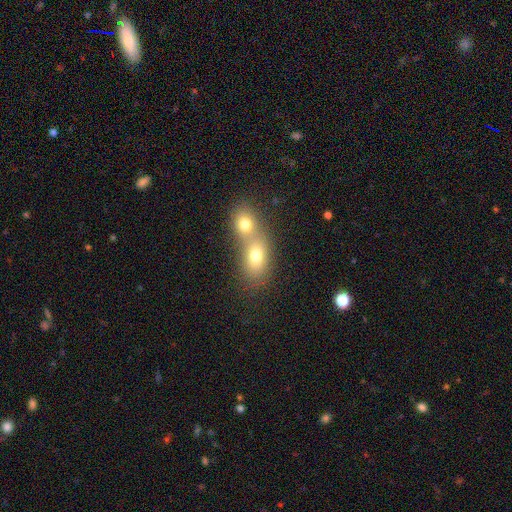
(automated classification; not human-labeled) This appears to be a smooth galaxy with no disk features (72%) that is in between round and cigar-shaped (66%). Merging: merger (67%).